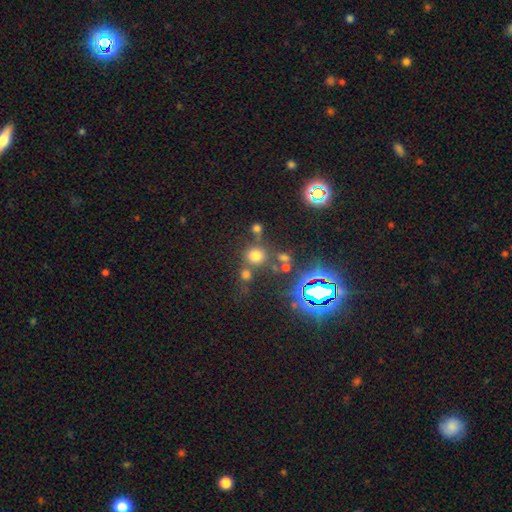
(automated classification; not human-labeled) Morphology: type=smooth (65%); roundness=round (88%); merging=none (64%).